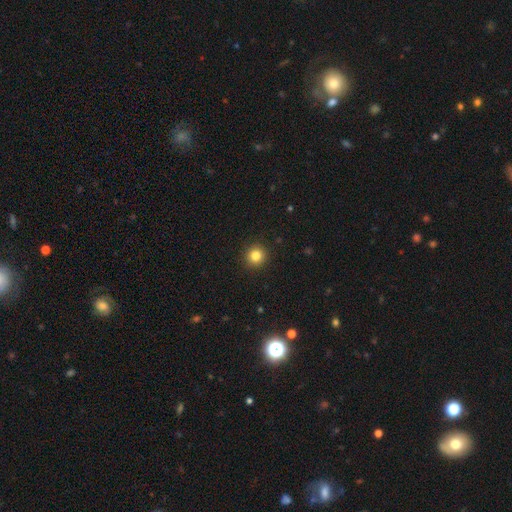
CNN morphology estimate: Smooth or featured: smooth — 83% (star or artifact — 12%)
How rounded: round — 94% (in between — 5%)
Merging: none — 92% (minor disturbance — 5%)